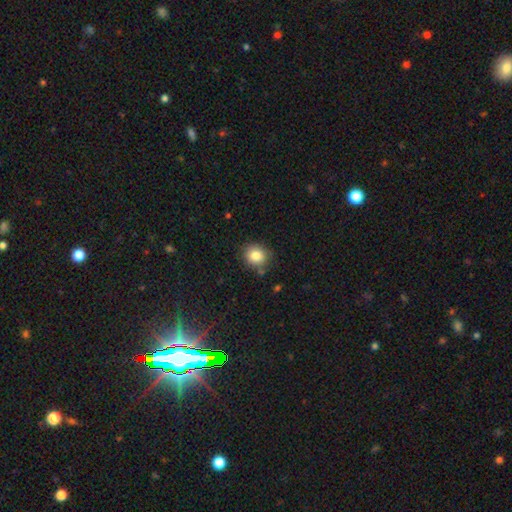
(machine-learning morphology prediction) smooth_or_featured: smooth (p=0.84) [alt: star or artifact p=0.10]
how_rounded: round (p=0.78) [alt: in between p=0.21]
merging: none (p=0.83) [alt: minor disturbance p=0.11]